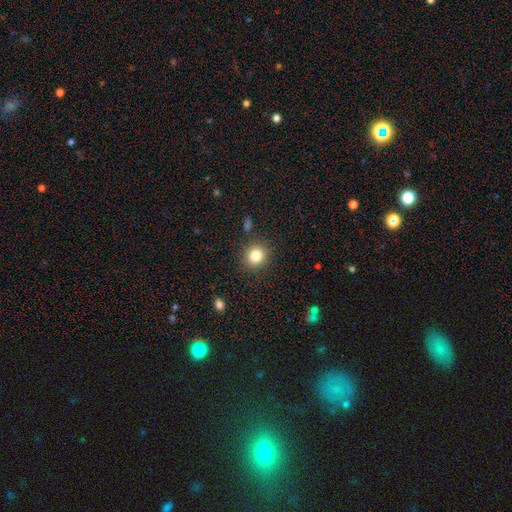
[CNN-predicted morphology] This is clearly a smooth galaxy (81%). How rounded: clearly round (88%). Merging: clearly none (88%).